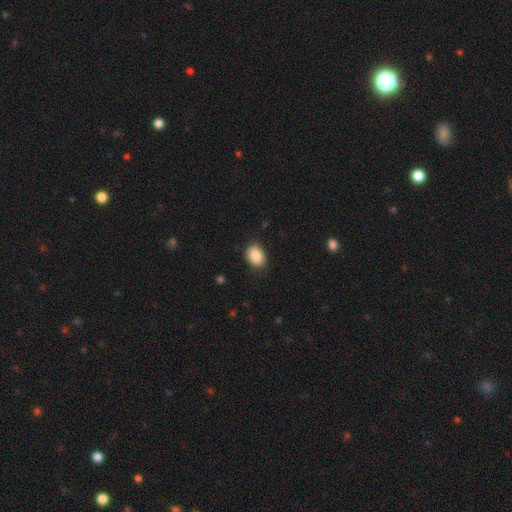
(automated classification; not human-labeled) Smooth or featured: smooth — 87% (star or artifact — 8%)
How rounded: in between — 71% (round — 28%)
Merging: none — 85% (minor disturbance — 11%)